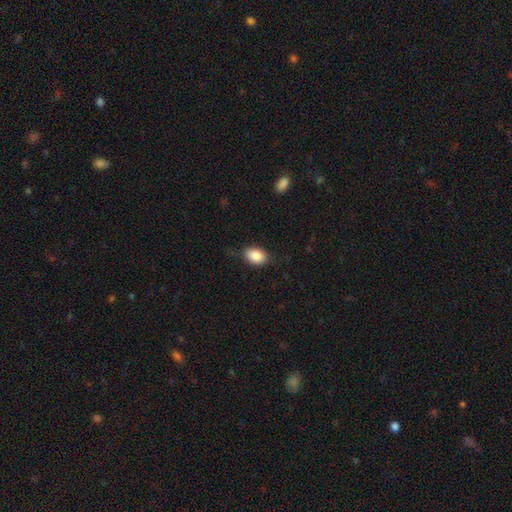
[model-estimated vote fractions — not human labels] Overall: smooth (87%). How rounded: in between (83%). Merging: none (81%).